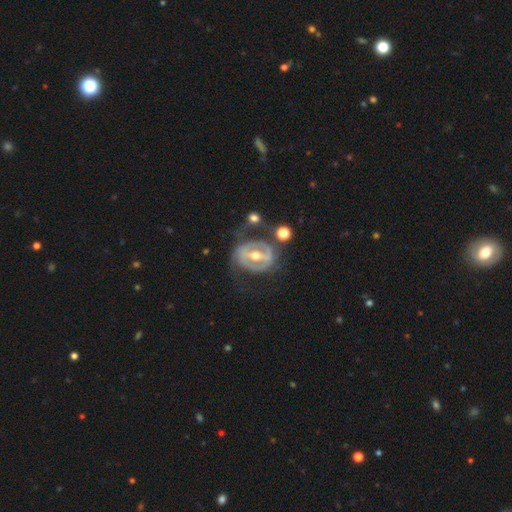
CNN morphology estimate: The model was most divided on "spiral arms": no: 53%, yes: 47%. More confident: edge-on disk — no (94%); smooth or featured — featured or disk (78%); bulge size — moderate (72%); bar — strong (56%); merging — none (55%).